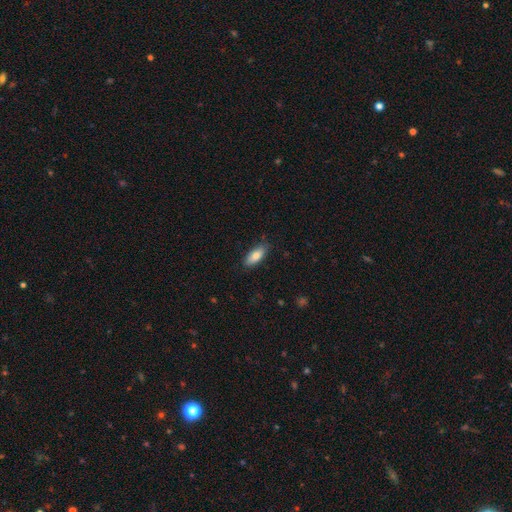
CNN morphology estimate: smooth-or-featured: smooth: 80% | featured or disk: 14% | star or artifact: 6%
  how-rounded: in between: 79% | cigar-shaped: 19% | round: 2%
  merging: none: 84% | minor disturbance: 13% | major disturbance: 2% | merger: 1%